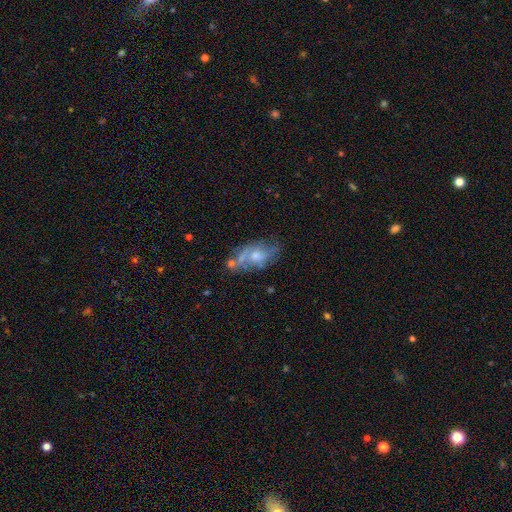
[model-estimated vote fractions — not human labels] This is possibly a featured or disk galaxy (57%). It is clearly not viewed edge-on (91%). Bar: likely no (73%). Spiral arm pattern: possibly yes (57%). Central bulge: possibly moderate (54%). Merging: possibly none (49%).